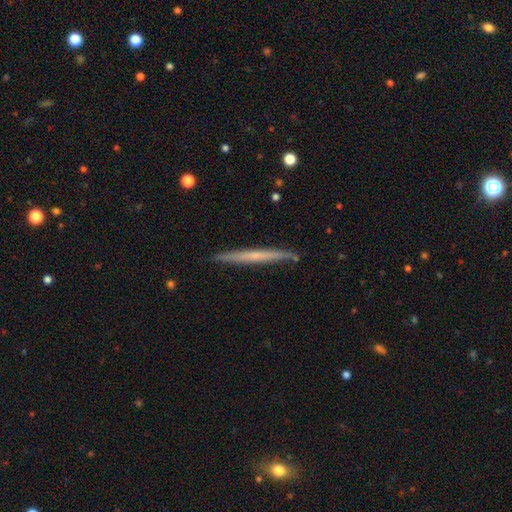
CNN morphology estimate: This is possibly a featured or disk galaxy (54%). It is clearly viewed edge-on (97%). Edge-on bulge: clearly none (80%). Merging: clearly none (90%).